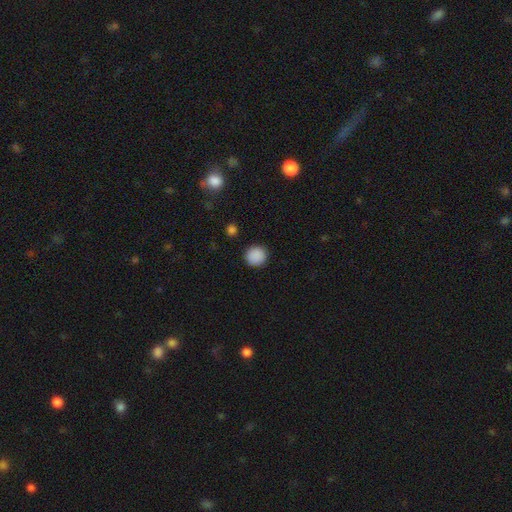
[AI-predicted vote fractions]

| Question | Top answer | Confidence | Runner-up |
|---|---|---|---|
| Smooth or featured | smooth | 88% | star or artifact (9%) |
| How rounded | round | 93% | in between (7%) |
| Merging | none | 91% | minor disturbance (6%) |